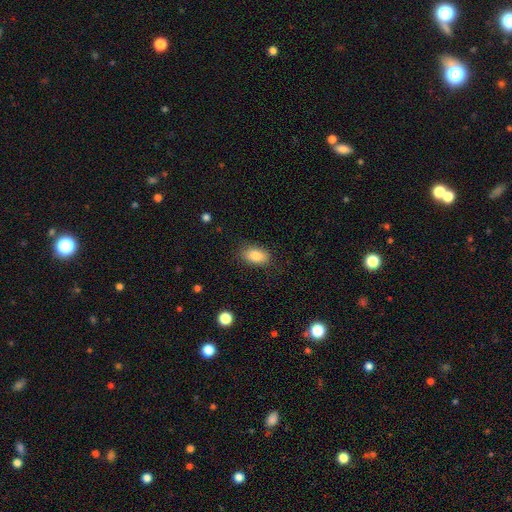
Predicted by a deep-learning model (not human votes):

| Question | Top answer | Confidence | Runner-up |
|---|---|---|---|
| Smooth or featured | smooth | 85% | star or artifact (8%) |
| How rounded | in between | 91% | round (6%) |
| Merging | none | 82% | minor disturbance (13%) |